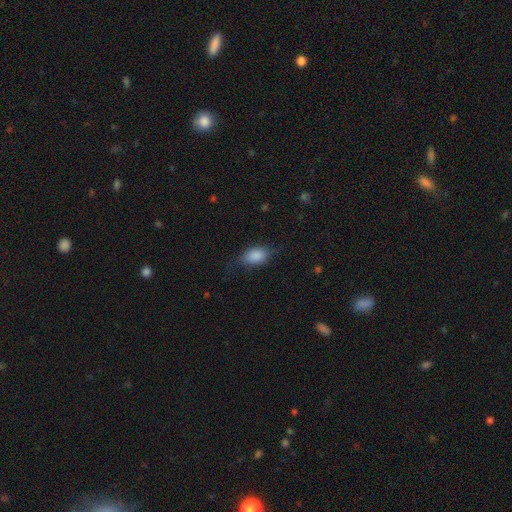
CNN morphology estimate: A smooth galaxy with no disk features (85%) that is in between round and cigar-shaped (87%). Merging: none (64%).